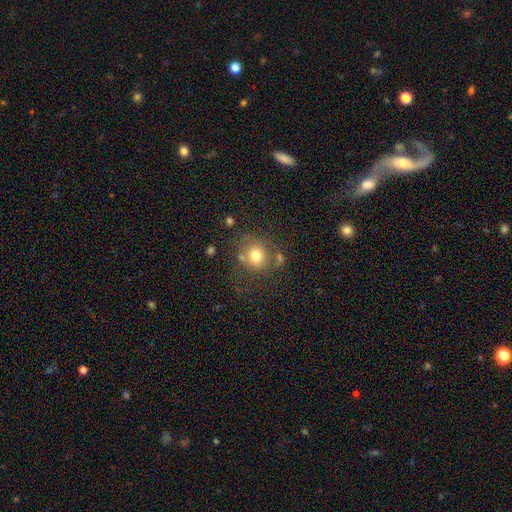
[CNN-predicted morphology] smooth 74%, featured or disk 14%, star or artifact 12%. Down the decision tree: how rounded — round (81%); merging — none (64%).